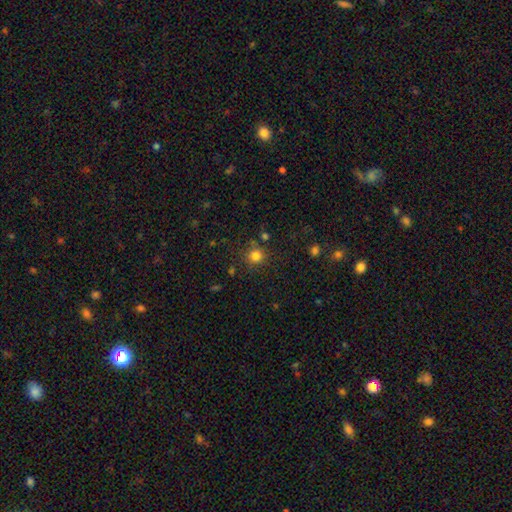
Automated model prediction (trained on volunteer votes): This appears to be a smooth galaxy with no disk features (80%) that is round (92%). Merging: none (81%).